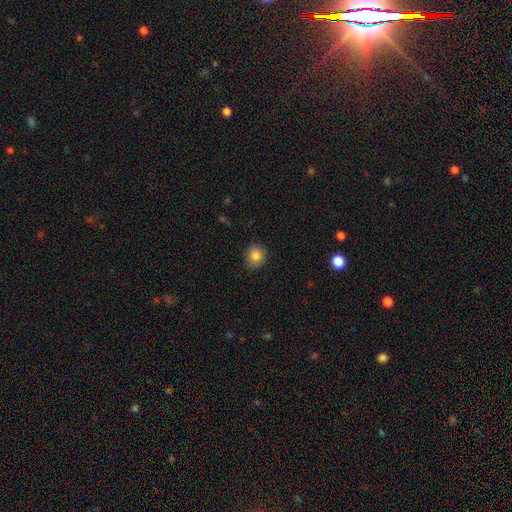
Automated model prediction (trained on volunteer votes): A smooth galaxy with no disk features (84%) that is round (79%). Merging: none (85%).